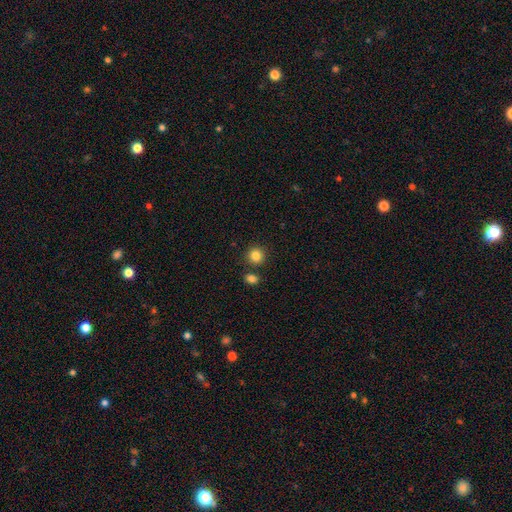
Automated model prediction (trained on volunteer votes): smooth_or_featured: smooth (p=0.84) [alt: star or artifact p=0.11]
how_rounded: round (p=0.91) [alt: in between p=0.08]
merging: none (p=0.83) [alt: merger p=0.08]